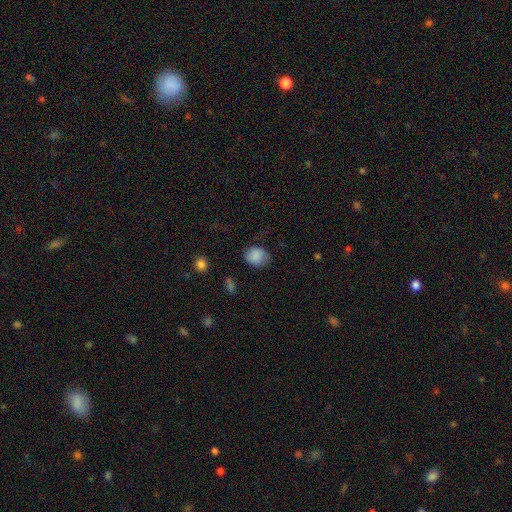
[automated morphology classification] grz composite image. It shows a smooth galaxy with no disk features (86%) that is round (55%). Merging: none (71%).